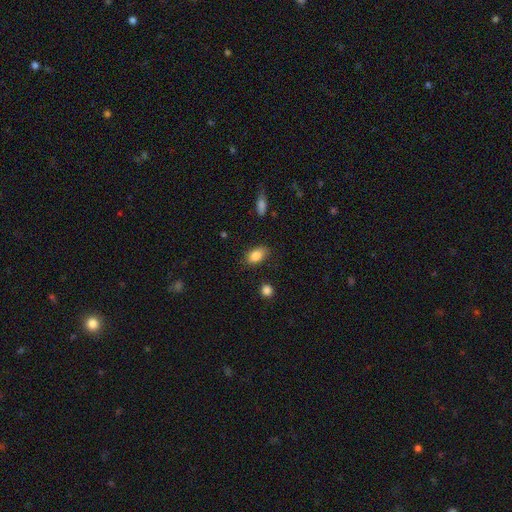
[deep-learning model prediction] A smooth galaxy with no disk features (85%) that is in between round and cigar-shaped (88%).

Vote fractions:
- Smooth or featured? smooth: 85% / star or artifact: 8% / featured or disk: 7%
- How rounded? in between: 88% / round: 9% / cigar-shaped: 3%
- Merging? none: 79% / minor disturbance: 15% / major disturbance: 3% / merger: 2%